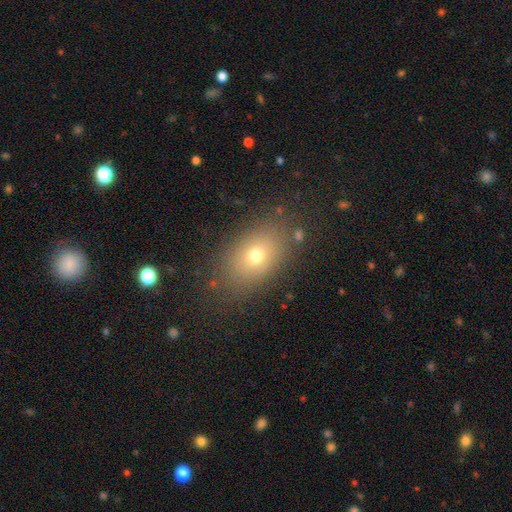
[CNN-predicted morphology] Q: Smooth or featured?
A: smooth (70%); runner-up: featured or disk (16%)
Q: How rounded?
A: in between (79%); runner-up: round (19%)
Q: Merging?
A: none (82%); runner-up: minor disturbance (11%)